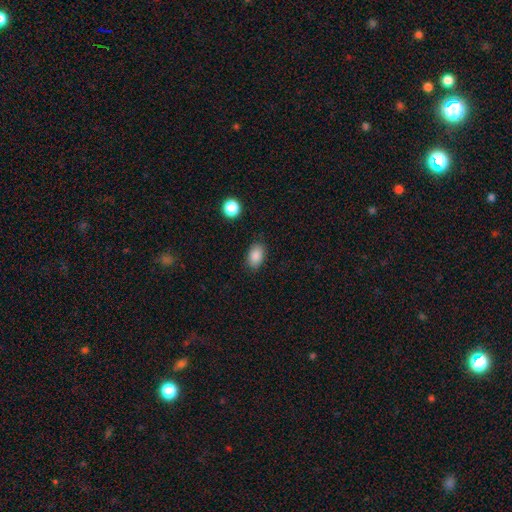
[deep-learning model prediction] This appears to be a smooth galaxy with no disk features (87%) that is in between round and cigar-shaped (88%). Merging: none (85%).